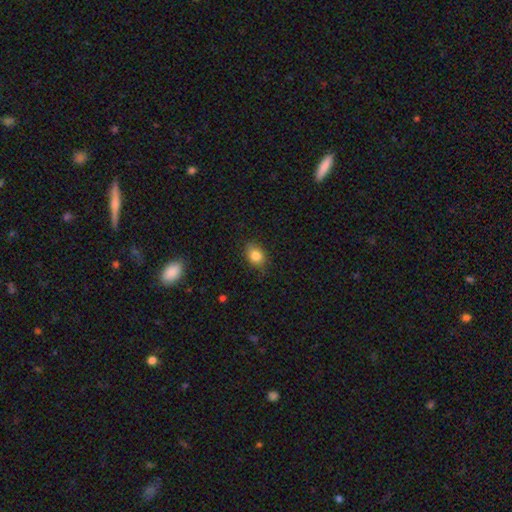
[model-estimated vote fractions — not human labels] Q: Smooth or featured?
A: smooth (83%); runner-up: star or artifact (10%)
Q: How rounded?
A: in between (61%); runner-up: round (37%)
Q: Merging?
A: none (79%); runner-up: minor disturbance (16%)